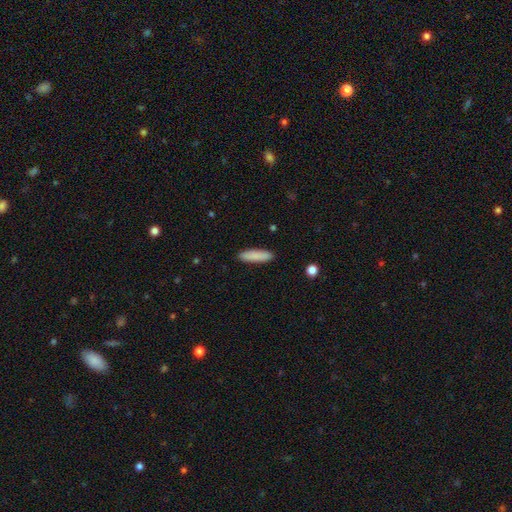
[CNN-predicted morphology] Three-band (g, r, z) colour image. It shows a smooth galaxy with no disk features (87%) that is cigar-shaped (74%). Merging: none (90%).